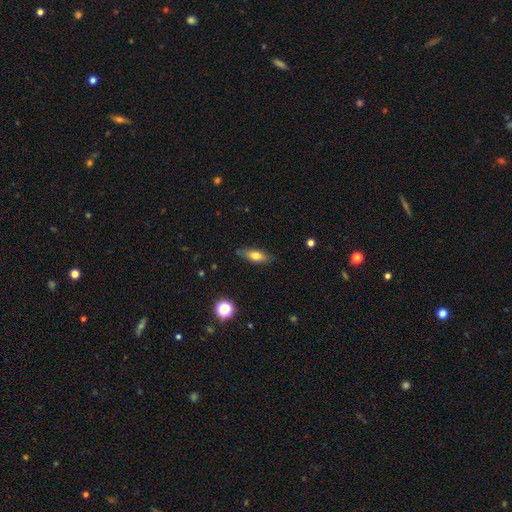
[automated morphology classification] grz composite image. It shows a smooth galaxy with no disk features (72%) that is in between round and cigar-shaped (71%). Merging: none (79%).